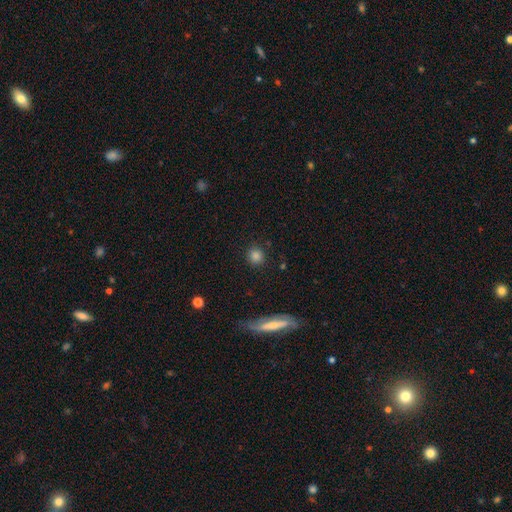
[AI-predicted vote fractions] Q: Smooth or featured?
A: smooth (82%); runner-up: star or artifact (12%)
Q: How rounded?
A: round (87%); runner-up: in between (11%)
Q: Merging?
A: none (87%); runner-up: minor disturbance (8%)